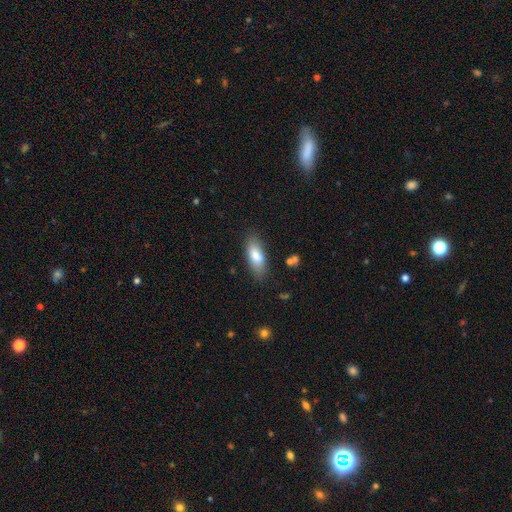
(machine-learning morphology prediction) Overall: smooth (81%). How rounded: in between (77%). Merging: none (83%).